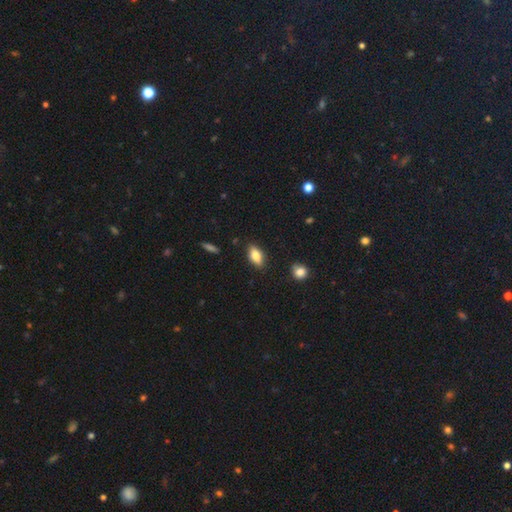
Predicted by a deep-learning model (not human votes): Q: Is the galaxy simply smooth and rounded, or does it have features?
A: smooth — 75%.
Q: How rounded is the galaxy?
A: in between — 85%.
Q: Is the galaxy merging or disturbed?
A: none — 86%.